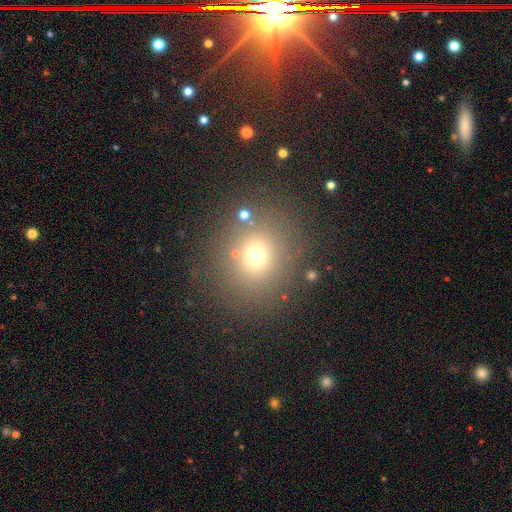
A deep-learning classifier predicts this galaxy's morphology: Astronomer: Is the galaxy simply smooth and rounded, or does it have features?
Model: smooth — 67%.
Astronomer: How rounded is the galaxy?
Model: round — 86%.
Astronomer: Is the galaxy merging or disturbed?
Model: none — 83%.